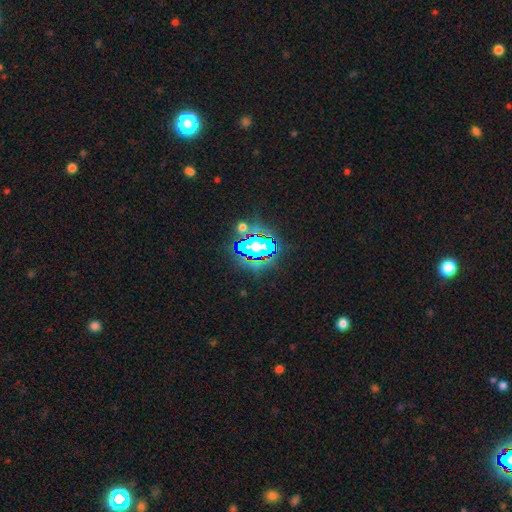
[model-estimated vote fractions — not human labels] smooth-or-featured: star or artifact: 79% | smooth: 13% | featured or disk: 8%